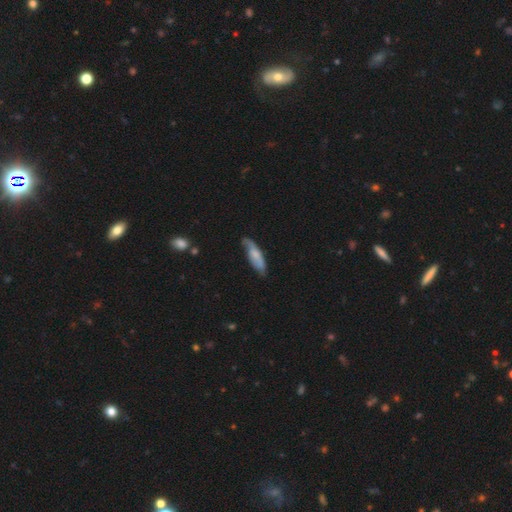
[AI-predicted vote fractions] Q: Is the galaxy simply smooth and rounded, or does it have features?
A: smooth — 60%.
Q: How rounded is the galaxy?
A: cigar-shaped — 51%.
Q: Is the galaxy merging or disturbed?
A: none — 61%.